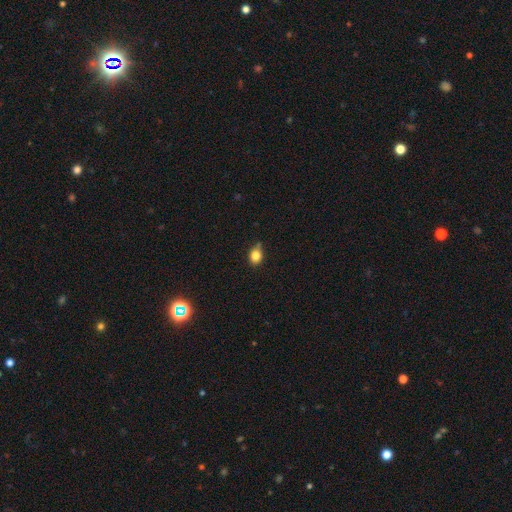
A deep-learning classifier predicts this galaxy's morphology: type=smooth (83%); roundness=round (54%); merging=none (72%).